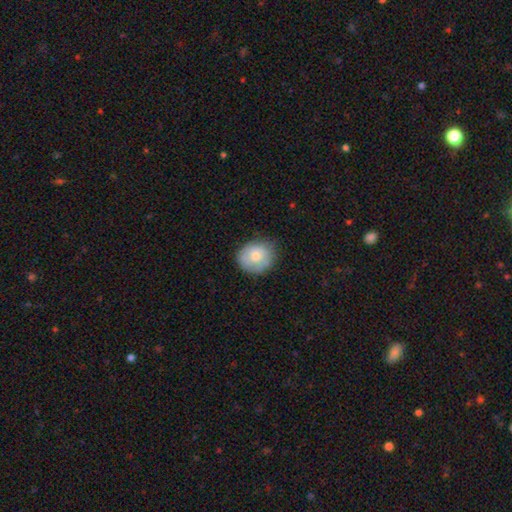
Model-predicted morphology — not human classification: Smooth or featured? smooth (72%)
How rounded? round (70%)
Merging? none (73%)